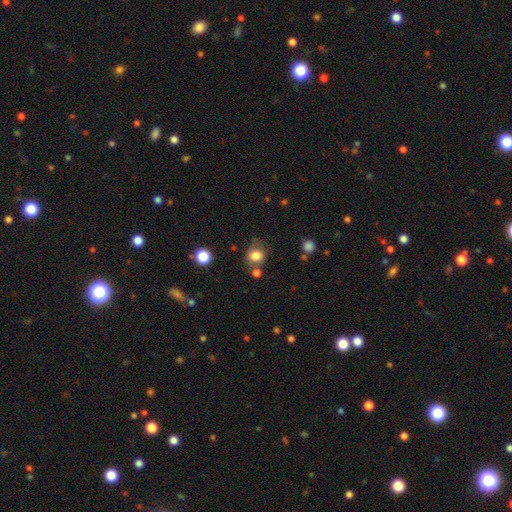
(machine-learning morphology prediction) Smooth or featured: smooth — 81% (star or artifact — 12%)
How rounded: round — 69% (in between — 30%)
Merging: none — 63% (minor disturbance — 19%)